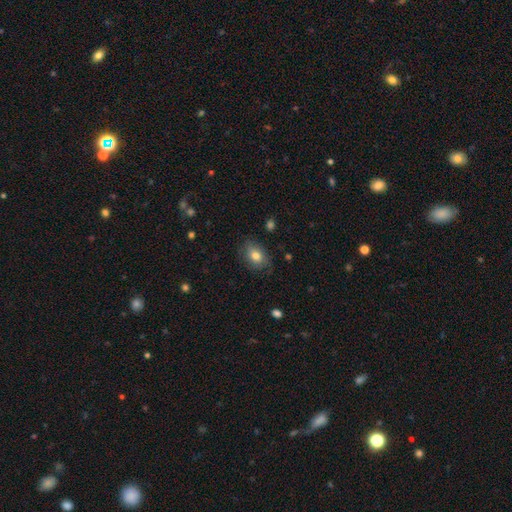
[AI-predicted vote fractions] A smooth galaxy with no disk features (77%) that is in between round and cigar-shaped (72%).

Vote fractions:
- Smooth or featured? smooth: 77% / featured or disk: 15% / star or artifact: 8%
- How rounded? in between: 72% / round: 27% / cigar-shaped: 1%
- Merging? none: 75% / minor disturbance: 19% / major disturbance: 5% / merger: 1%